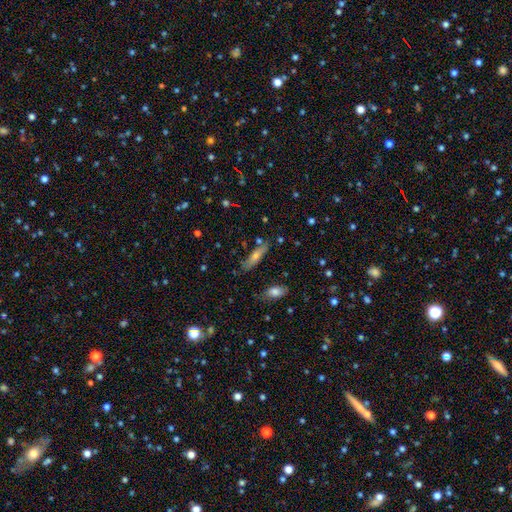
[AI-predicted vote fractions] Overall: smooth (53%; featured or disk 34%). How rounded: cigar-shaped (69%). Merging: none (76%).